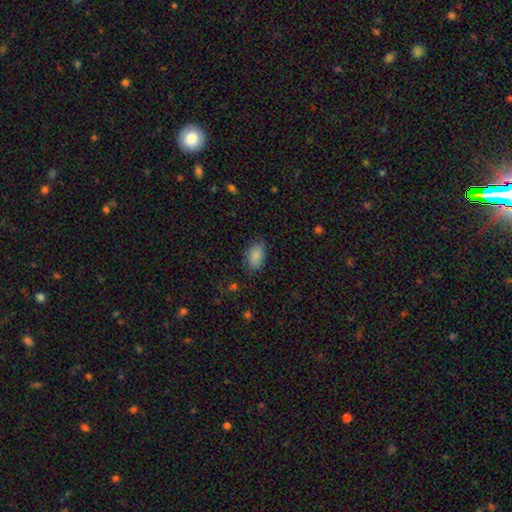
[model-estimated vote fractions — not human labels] Smooth or featured? Predicted: smooth (p=0.88). How rounded? Predicted: in between (p=0.92). Merging? Predicted: none (p=0.80).